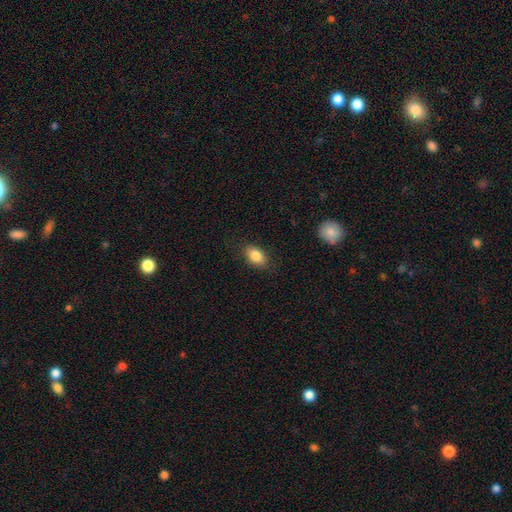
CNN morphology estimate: This is clearly a smooth galaxy (85%). How rounded: clearly in between (88%). Merging: clearly none (85%).